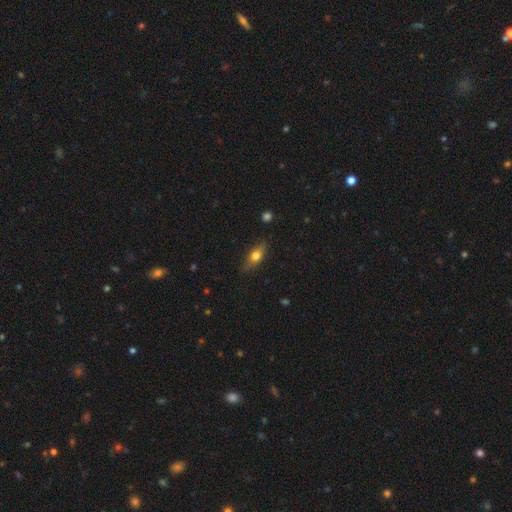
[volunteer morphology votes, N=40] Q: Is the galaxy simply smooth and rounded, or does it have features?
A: smooth — 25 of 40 (62%).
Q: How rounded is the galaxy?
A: in between — 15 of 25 (60%).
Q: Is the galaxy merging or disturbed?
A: none — 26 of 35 (74%).